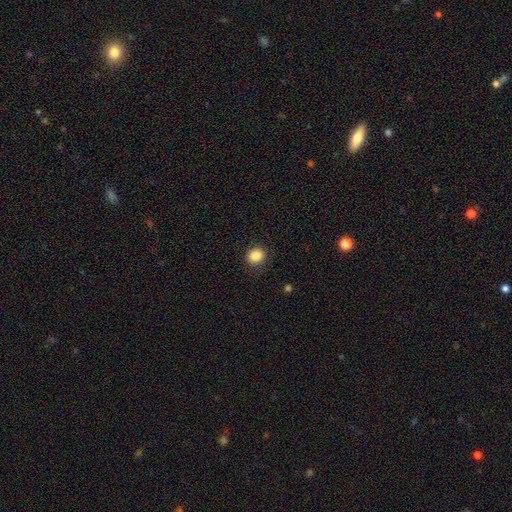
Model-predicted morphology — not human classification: Overall: smooth (86%). How rounded: round (68%; in between 31%). Merging: none (86%).